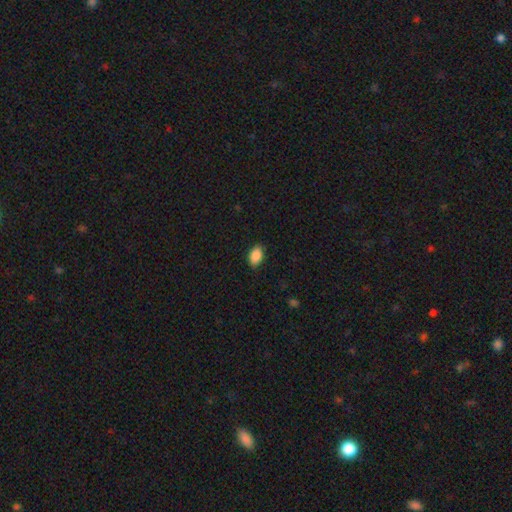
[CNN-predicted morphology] Overall: smooth (89%). How rounded: in between (90%). Merging: none (85%).